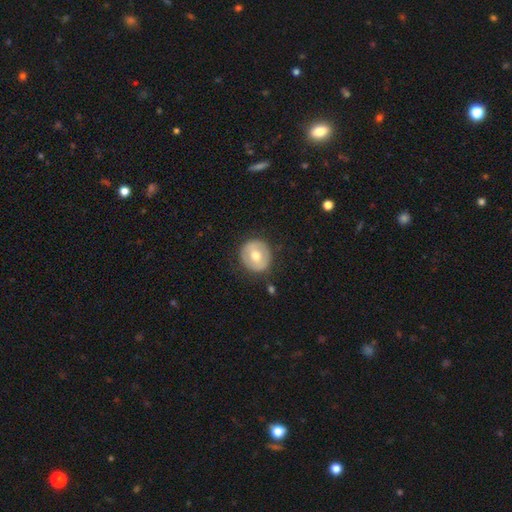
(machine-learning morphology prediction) This appears to be a smooth galaxy with no disk features (55%) that is round (89%). Merging: none (85%).